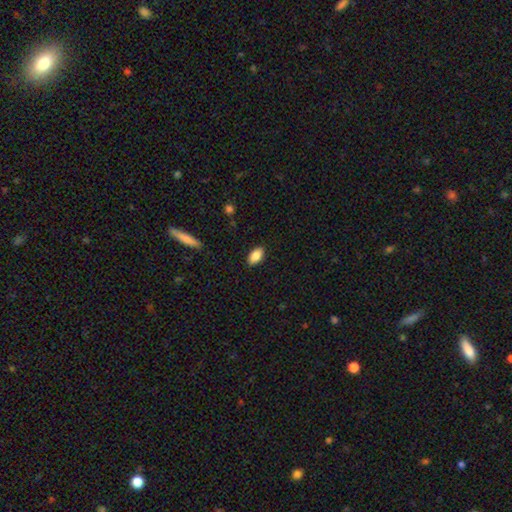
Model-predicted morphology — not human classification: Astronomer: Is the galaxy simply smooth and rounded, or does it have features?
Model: smooth — 87%.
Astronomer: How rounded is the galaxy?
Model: in between — 92%.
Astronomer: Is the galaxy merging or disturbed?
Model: none — 88%.